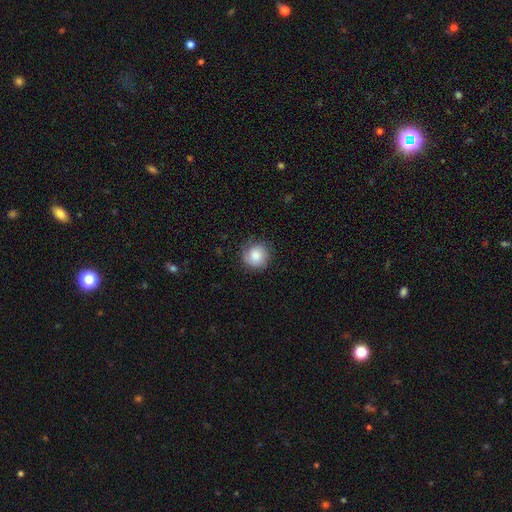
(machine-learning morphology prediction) smooth-or-featured: smooth: 81% | featured or disk: 11% | star or artifact: 8%
  how-rounded: round: 92% | in between: 7% | cigar-shaped: 1%
  merging: none: 81% | minor disturbance: 14% | major disturbance: 4% | merger: 1%